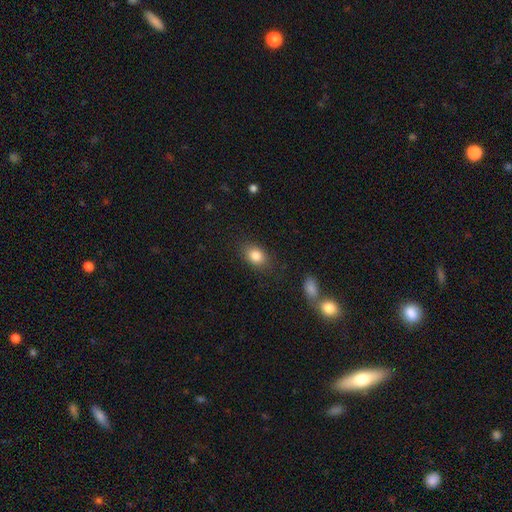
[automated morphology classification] Overall: smooth (84%). How rounded: in between (74%). Merging: none (83%).